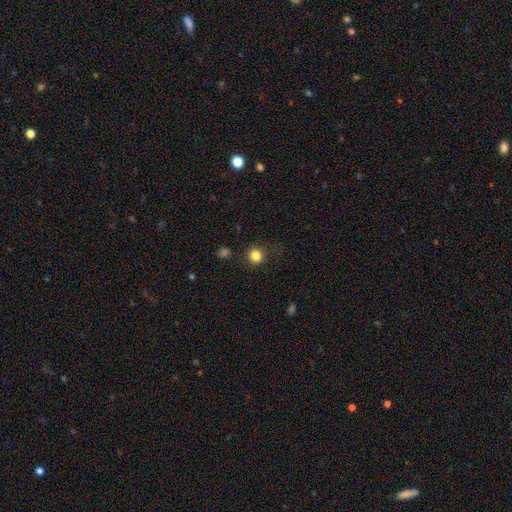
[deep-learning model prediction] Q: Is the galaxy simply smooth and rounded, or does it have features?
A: smooth — 84%.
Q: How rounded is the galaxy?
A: round — 90%.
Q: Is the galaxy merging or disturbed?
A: none — 88%.